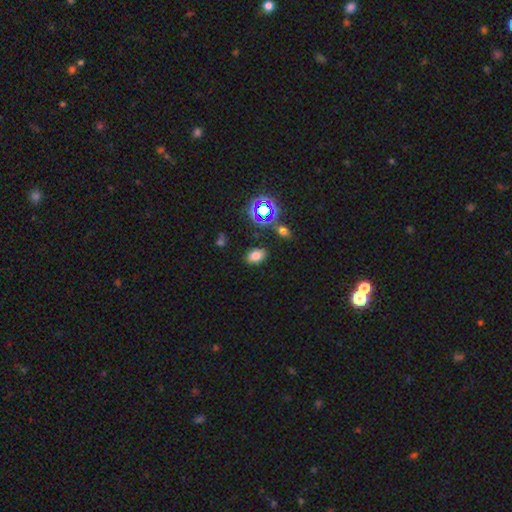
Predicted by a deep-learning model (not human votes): The model was most divided on "smooth or featured": smooth: 72%, star or artifact: 20%, featured or disk: 8%. More confident: merging — none (85%); how rounded — in between (85%).